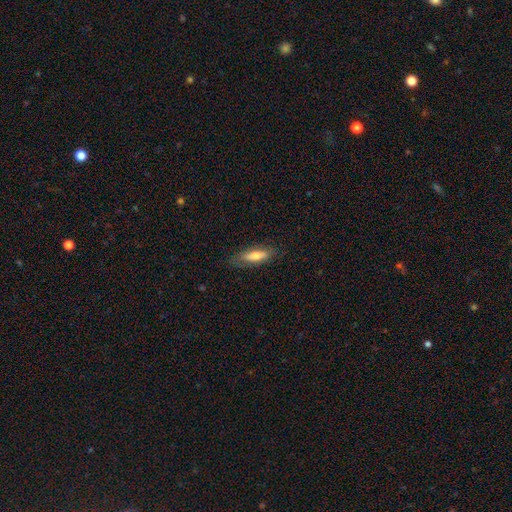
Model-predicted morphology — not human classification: type=smooth (67%); roundness=cigar-shaped (50%); merging=none (80%).